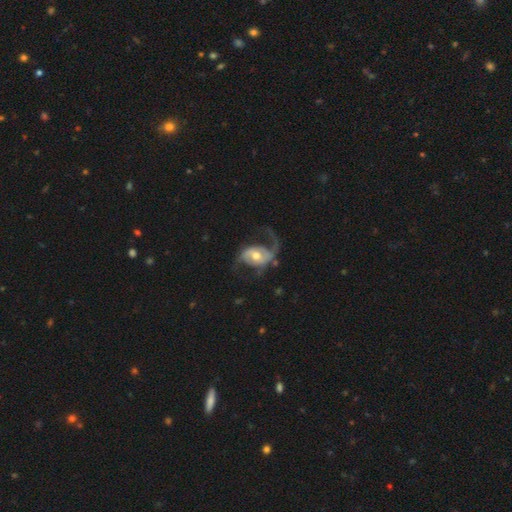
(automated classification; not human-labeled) Overall: featured or disk (81%). Edge-on disk: no (97%). Bar: no (51%; weak 32%). Spiral arms: yes (91%). Spiral arm count: 2 (75%). Spiral winding: loose (62%; medium 30%). Bulge size: moderate (69%). Merging: none (49%; major disturbance 31%).